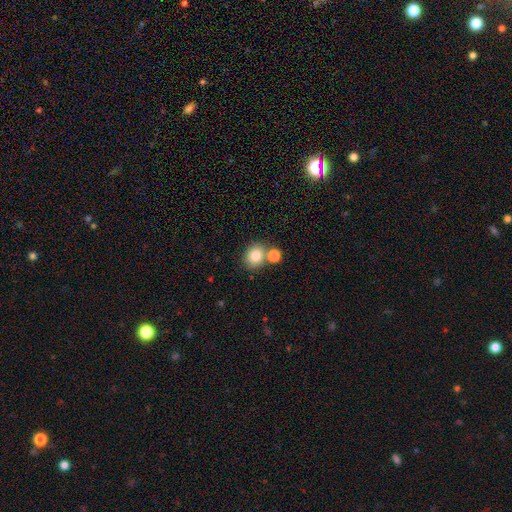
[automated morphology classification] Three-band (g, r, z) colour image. It shows a smooth galaxy with no disk features (82%) that is round (72%). Merging: none (57%).